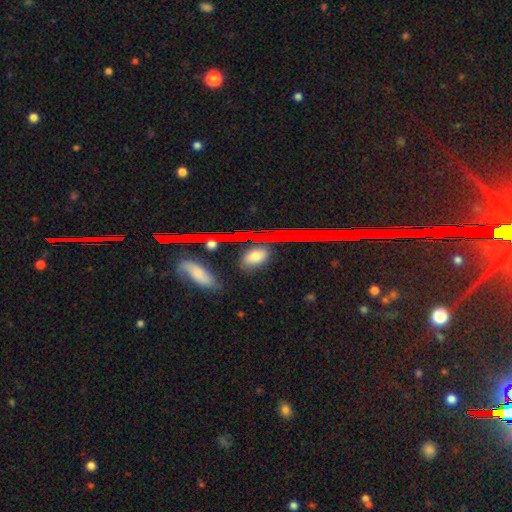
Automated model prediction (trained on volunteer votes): Smooth or featured? Predicted: smooth (p=0.50). Merging? Predicted: none (p=0.76).